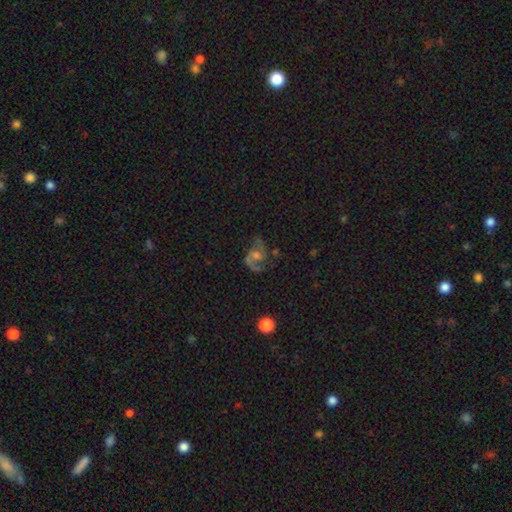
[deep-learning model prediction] Smooth or featured? featured or disk (83%)
Edge-on disk? no (98%)
Bar? no (58%)
Spiral arms? yes (96%)
Spiral winding? medium (55%)
Spiral arm count? 2 (88%)
Bulge size? moderate (48%)
Merging? none (67%)